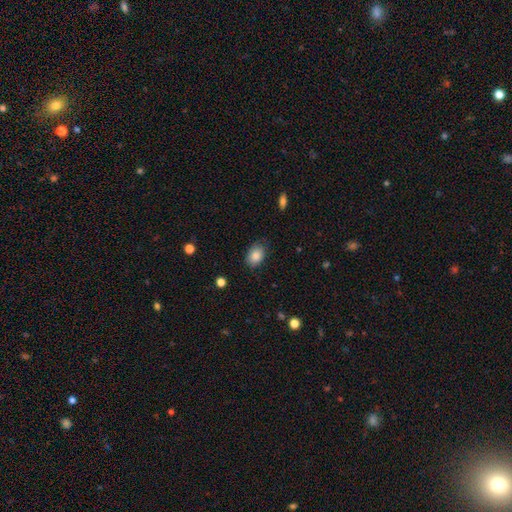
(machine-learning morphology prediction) Smooth or featured? Predicted: smooth (p=0.86). How rounded? Predicted: in between (p=0.81). Merging? Predicted: none (p=0.78).